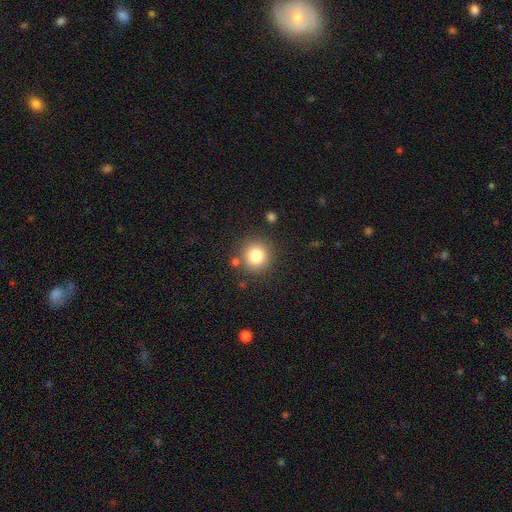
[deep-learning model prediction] This appears to be a smooth galaxy with no disk features (80%) that is round (93%). Merging: none (84%).